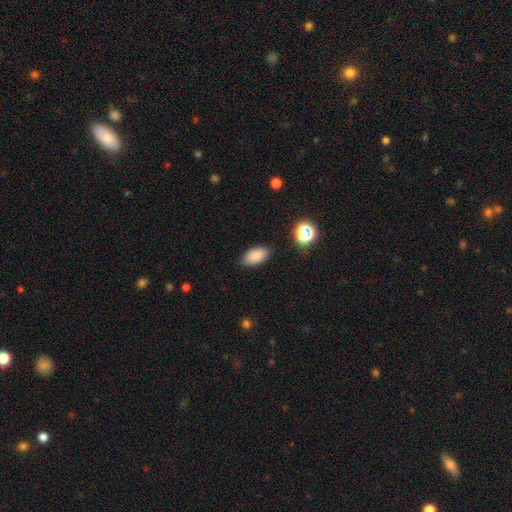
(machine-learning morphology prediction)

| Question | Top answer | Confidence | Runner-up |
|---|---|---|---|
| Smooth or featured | smooth | 86% | star or artifact (9%) |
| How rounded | in between | 93% | round (4%) |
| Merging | none | 86% | minor disturbance (10%) |